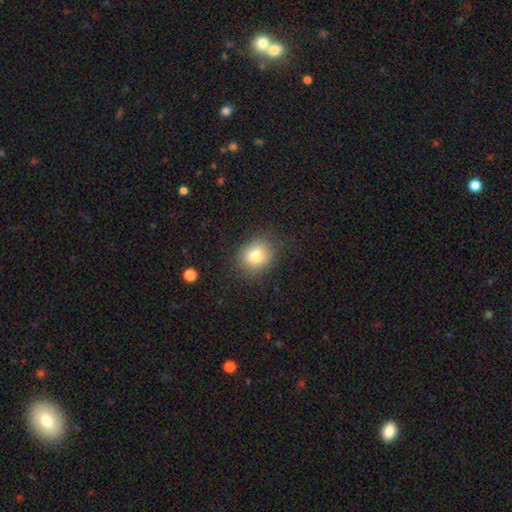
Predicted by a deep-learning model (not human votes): A smooth galaxy with no disk features (80%) that is round (57%). Merging: none (80%).